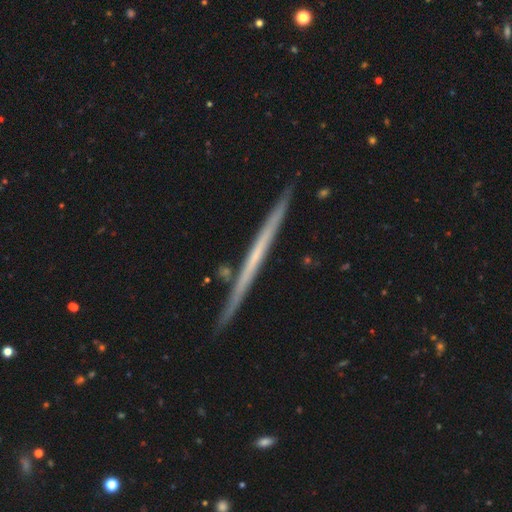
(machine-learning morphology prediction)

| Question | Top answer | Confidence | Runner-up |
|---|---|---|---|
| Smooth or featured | featured or disk | 65% | smooth (29%) |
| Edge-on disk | yes | 98% | no (2%) |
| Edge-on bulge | none | 91% | rounded (7%) |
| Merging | none | 89% | minor disturbance (8%) |